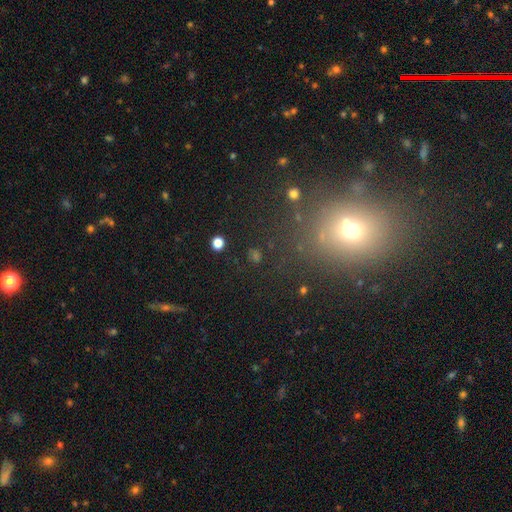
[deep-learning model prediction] smooth-or-featured: smooth: 45% | star or artifact: 42% | featured or disk: 13%
  merging: none: 75% | minor disturbance: 11% | major disturbance: 8% | merger: 7%